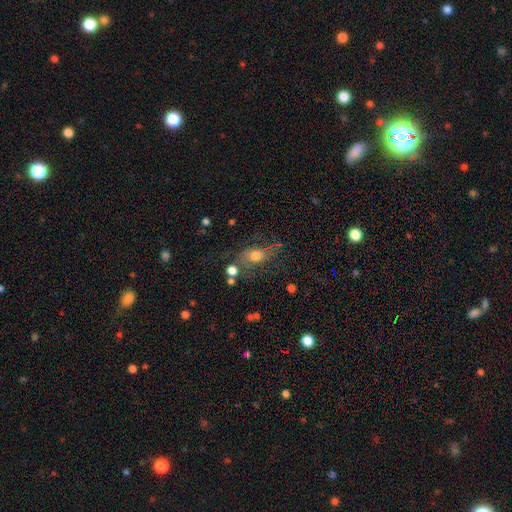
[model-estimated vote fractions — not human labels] A smooth galaxy with no disk features (48%).

Vote fractions:
- Smooth or featured? smooth: 48% / featured or disk: 38% / star or artifact: 14%
- Merging? none: 45% / minor disturbance: 23% / major disturbance: 22% / merger: 9%